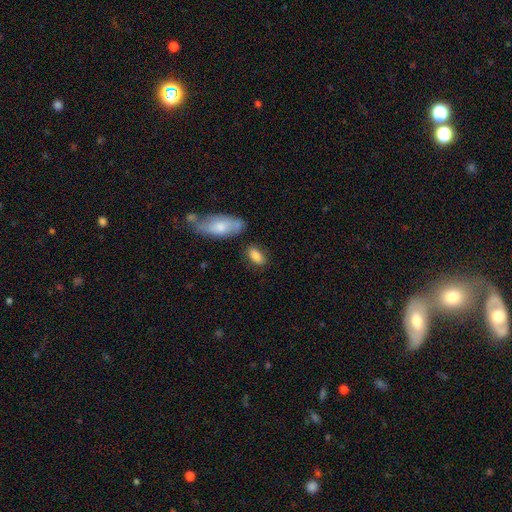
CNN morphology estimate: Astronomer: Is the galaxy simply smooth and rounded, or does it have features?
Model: smooth — 85%.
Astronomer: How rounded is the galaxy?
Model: in between — 87%.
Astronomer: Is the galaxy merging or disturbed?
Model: none — 73%.